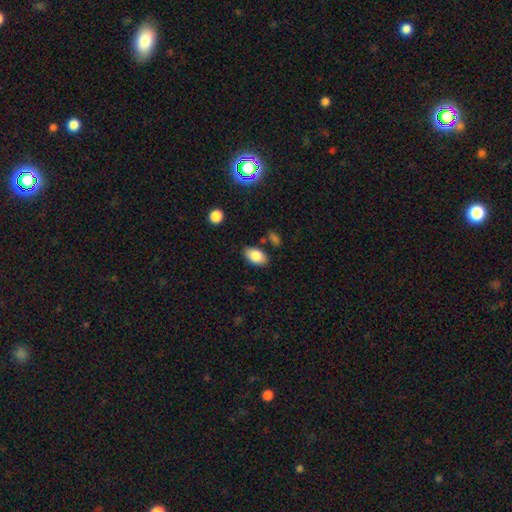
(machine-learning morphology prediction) smooth-or-featured: smooth: 85% | featured or disk: 8% | star or artifact: 8%
  how-rounded: in between: 92% | round: 7% | cigar-shaped: 2%
  merging: none: 82% | minor disturbance: 12% | merger: 4% | major disturbance: 3%